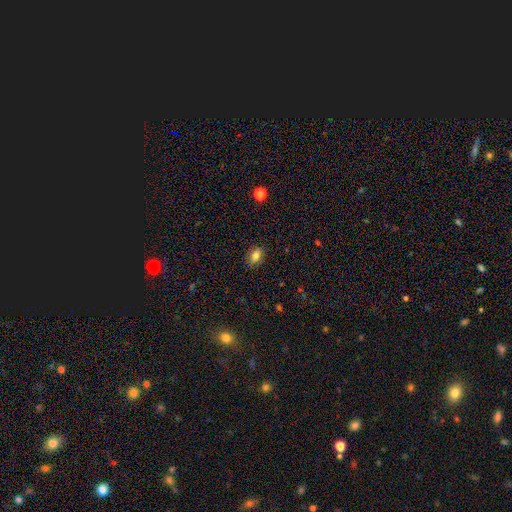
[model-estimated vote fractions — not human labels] smooth_or_featured: smooth (p=0.79) [alt: star or artifact p=0.11]
how_rounded: in between (p=0.78) [alt: round p=0.19]
merging: none (p=0.86) [alt: minor disturbance p=0.11]